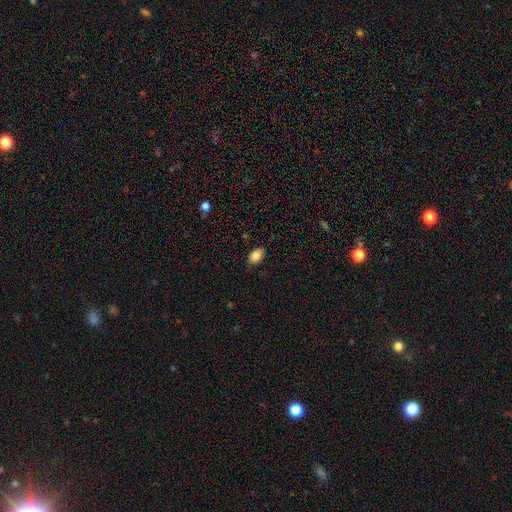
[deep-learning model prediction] A smooth galaxy with no disk features (85%) that is in between round and cigar-shaped (80%). Merging: none (78%).